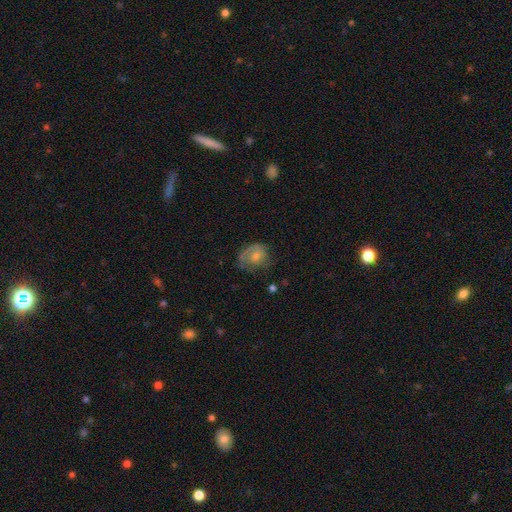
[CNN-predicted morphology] This appears to be a featured or disk galaxy (47%). Merging: none (55%).